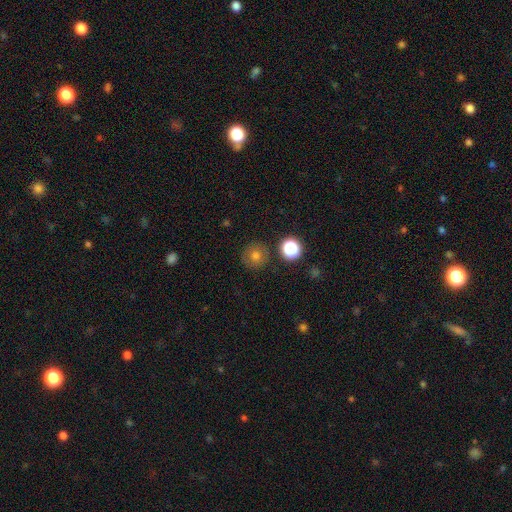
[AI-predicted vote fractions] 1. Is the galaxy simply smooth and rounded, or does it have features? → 73% smooth, 16% star or artifact, 11% featured or disk.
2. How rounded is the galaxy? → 94% round, 5% in between, 1% cigar-shaped.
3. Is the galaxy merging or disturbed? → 86% none, 8% minor disturbance, 3% merger, 3% major disturbance.